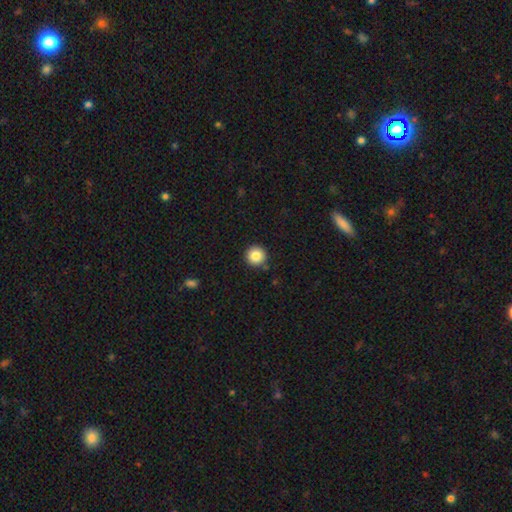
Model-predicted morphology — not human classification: This appears to be a smooth galaxy with no disk features (85%) that is round (96%). Merging: none (90%).